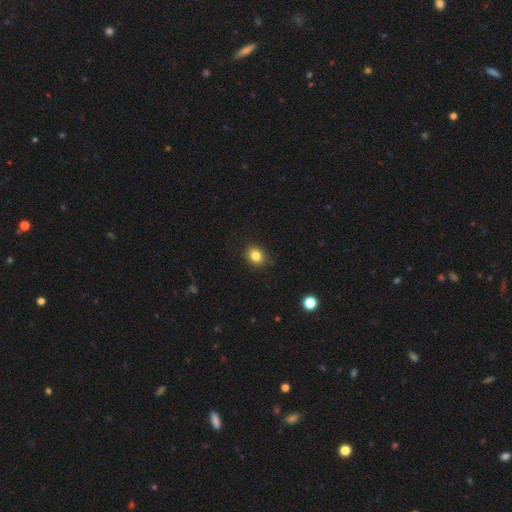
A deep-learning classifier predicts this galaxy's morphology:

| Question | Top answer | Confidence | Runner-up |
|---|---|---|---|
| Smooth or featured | smooth | 83% | star or artifact (11%) |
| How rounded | round | 53% | in between (46%) |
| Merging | none | 85% | minor disturbance (12%) |